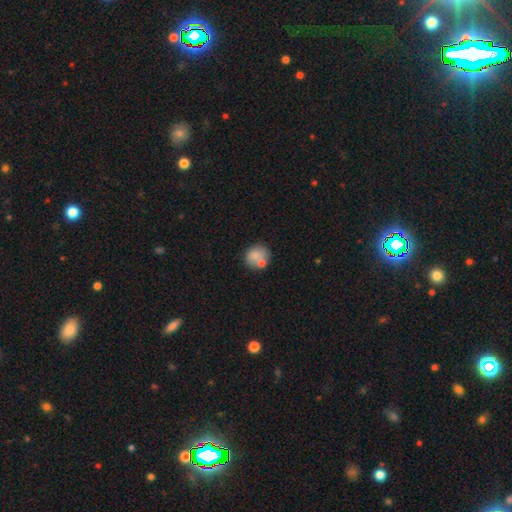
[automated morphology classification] Q: Smooth or featured?
A: smooth (77%); runner-up: featured or disk (14%)
Q: How rounded?
A: round (82%); runner-up: in between (17%)
Q: Merging?
A: none (60%); runner-up: merger (19%)